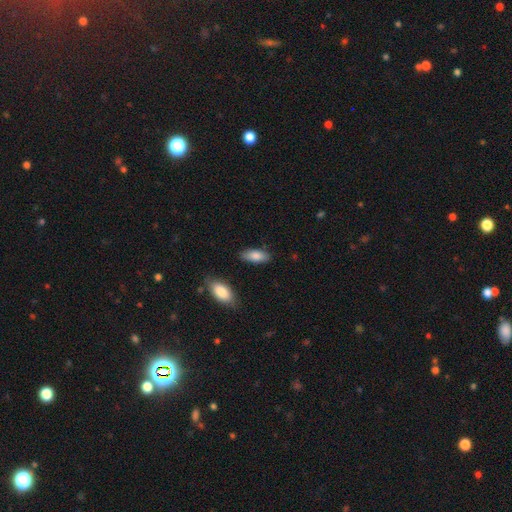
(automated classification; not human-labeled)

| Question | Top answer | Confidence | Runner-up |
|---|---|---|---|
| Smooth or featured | smooth | 84% | featured or disk (9%) |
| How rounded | in between | 83% | cigar-shaped (15%) |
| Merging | none | 81% | minor disturbance (13%) |